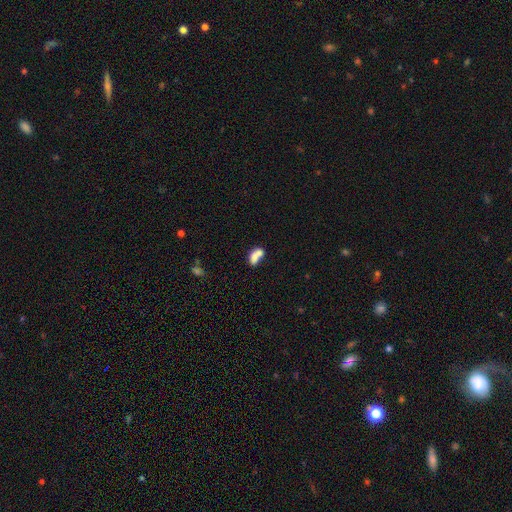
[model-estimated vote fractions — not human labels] Smooth or featured? Predicted: smooth (p=0.72). How rounded? Predicted: in between (p=0.82). Merging? Predicted: merger (p=0.55).